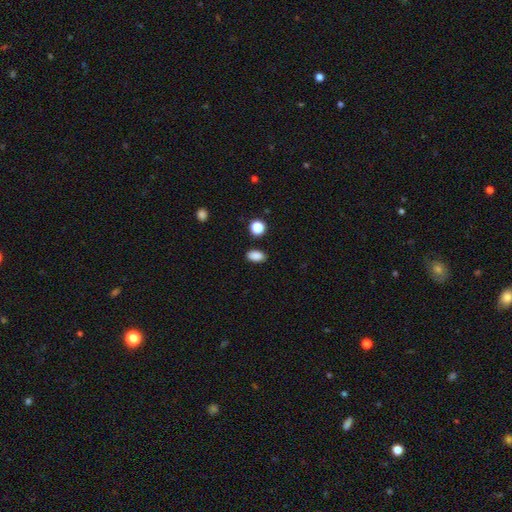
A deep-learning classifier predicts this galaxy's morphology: smooth 87%, star or artifact 10%, featured or disk 3%. Down the decision tree: how rounded — in between (87%); merging — none (87%).